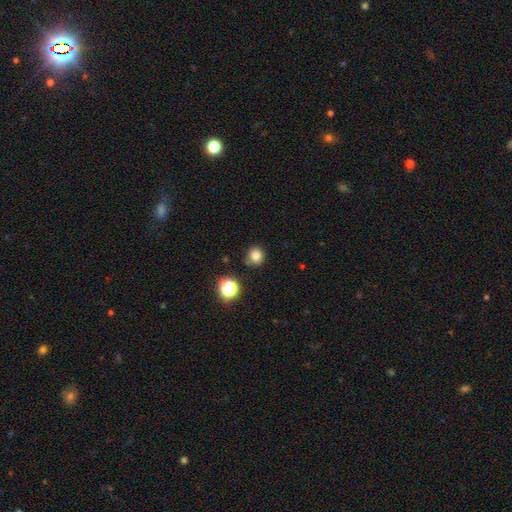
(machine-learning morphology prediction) Smooth or featured: smooth — 80% (star or artifact — 15%)
How rounded: round — 90% (in between — 9%)
Merging: none — 82% (minor disturbance — 12%)